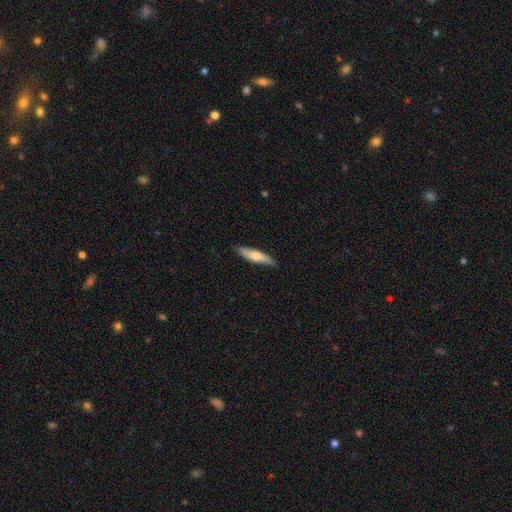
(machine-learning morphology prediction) smooth 61%, featured or disk 34%, star or artifact 5%. Down the decision tree: how rounded — cigar-shaped (71%); merging — none (81%).